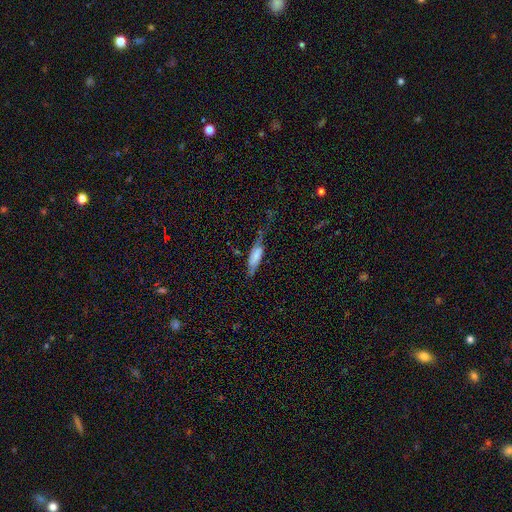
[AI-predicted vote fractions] smooth 59%, featured or disk 34%, star or artifact 8%. Down the decision tree: how rounded — in between (51%); merging — none (45%).